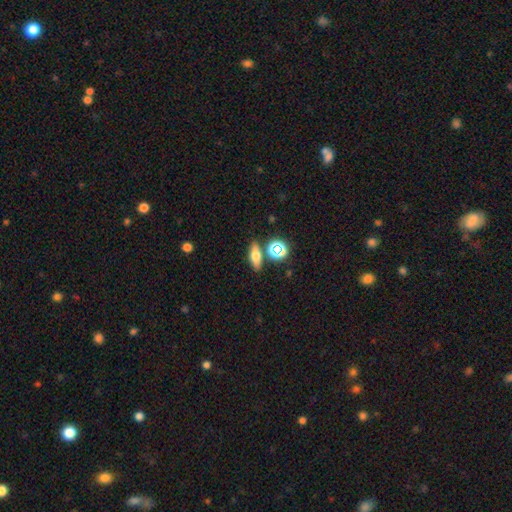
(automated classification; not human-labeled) Q: Smooth or featured?
A: smooth (60%); runner-up: featured or disk (26%)
Q: How rounded?
A: in between (62%); runner-up: cigar-shaped (26%)
Q: Merging?
A: none (77%); runner-up: minor disturbance (11%)